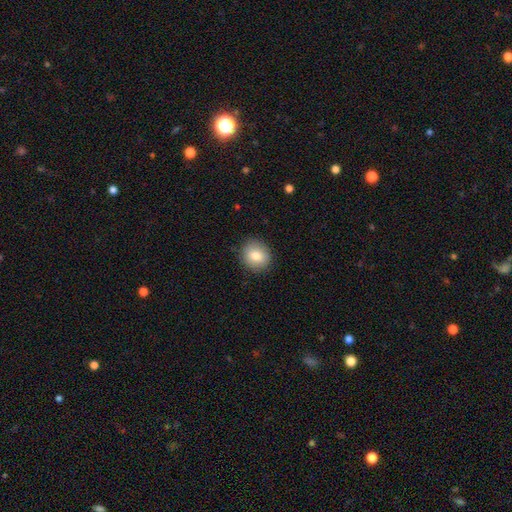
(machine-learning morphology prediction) Smooth or featured? Predicted: smooth (p=0.81). How rounded? Predicted: round (p=0.77). Merging? Predicted: none (p=0.89).